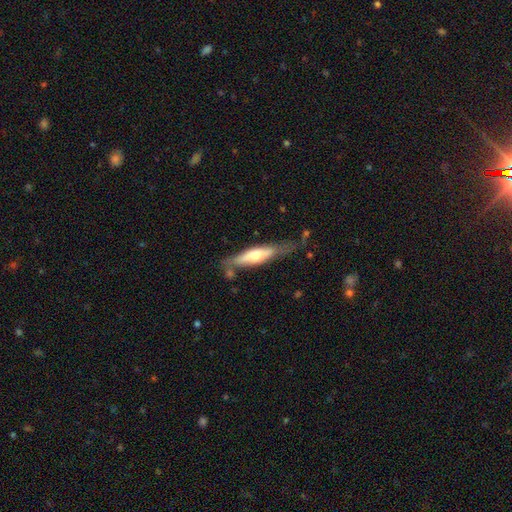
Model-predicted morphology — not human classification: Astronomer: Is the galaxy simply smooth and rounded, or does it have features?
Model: featured or disk — 51% (runner-up: smooth, 43%).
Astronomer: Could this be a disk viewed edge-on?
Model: yes — 77%.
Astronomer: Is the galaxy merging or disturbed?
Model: none — 59%.